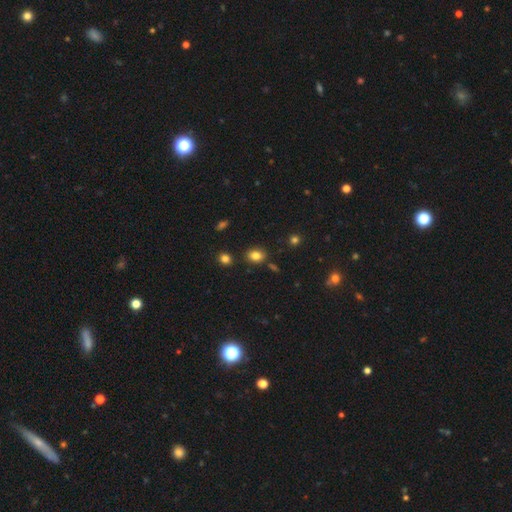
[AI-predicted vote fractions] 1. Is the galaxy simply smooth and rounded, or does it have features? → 82% smooth, 11% star or artifact, 6% featured or disk.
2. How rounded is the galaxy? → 63% in between, 36% round, 1% cigar-shaped.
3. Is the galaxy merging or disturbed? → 82% none, 11% minor disturbance, 4% merger, 3% major disturbance.